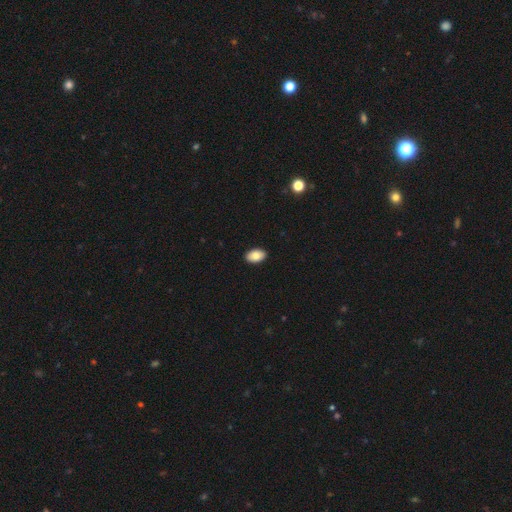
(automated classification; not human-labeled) A smooth galaxy with no disk features (86%) that is in between round and cigar-shaped (92%).

Vote fractions:
- Smooth or featured? smooth: 86% / featured or disk: 7% / star or artifact: 7%
- How rounded? in between: 92% / round: 7% / cigar-shaped: 1%
- Merging? none: 91% / minor disturbance: 7% / major disturbance: 2% / merger: 1%